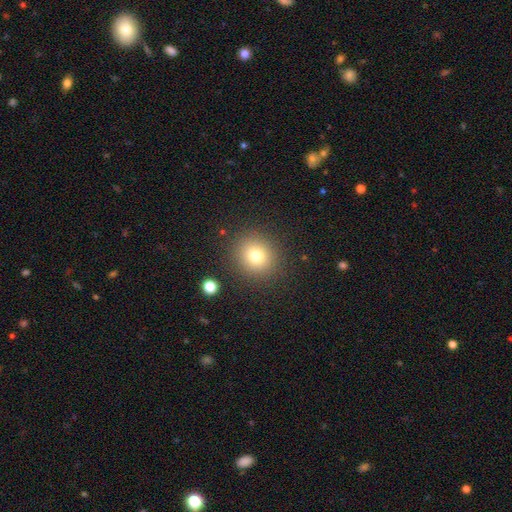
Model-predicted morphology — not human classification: Overall: smooth (76%). How rounded: round (85%). Merging: none (88%).